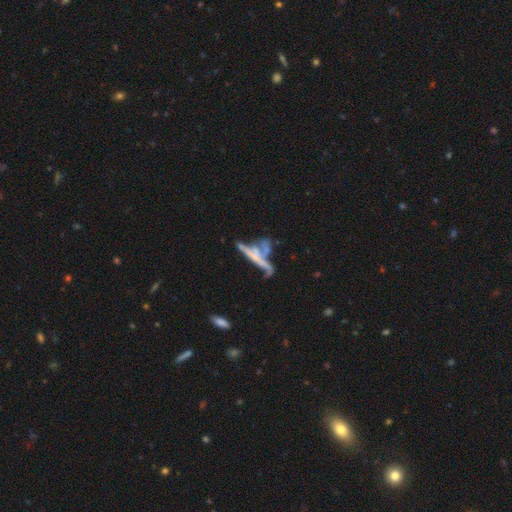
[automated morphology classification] Smooth or featured? Predicted: featured or disk (p=0.56). Edge-on disk? Predicted: yes (p=0.57). Merging? Predicted: merger (p=0.47).